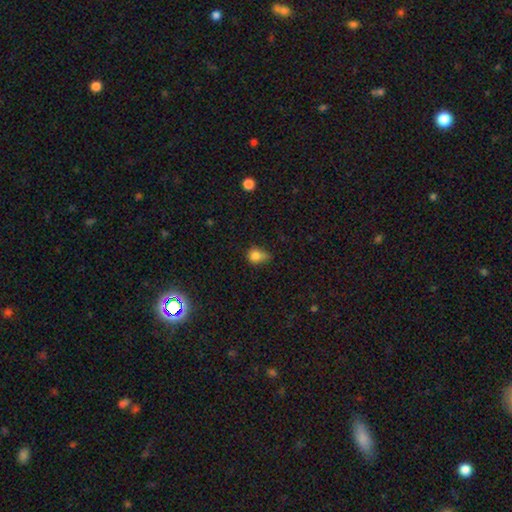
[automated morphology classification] smooth_or_featured: smooth (p=0.80) [alt: star or artifact p=0.12]
how_rounded: round (p=0.60) [alt: in between p=0.38]
merging: minor disturbance (p=0.43) [alt: none p=0.35]